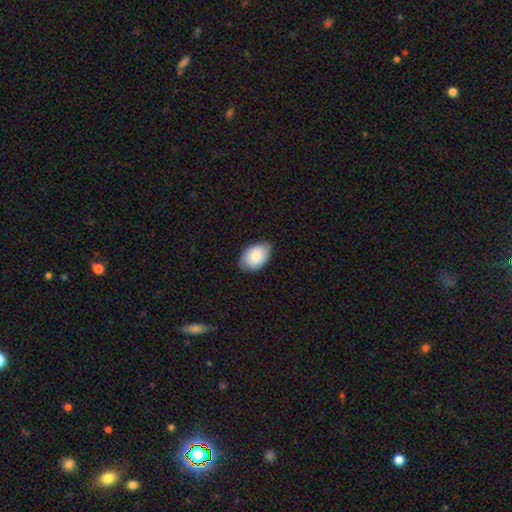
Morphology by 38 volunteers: A smooth galaxy with no disk features (92%) that is in between round and cigar-shaped (100%). Merging: none (81%).